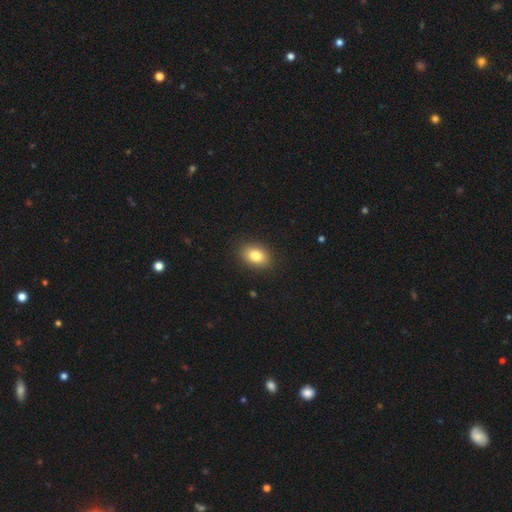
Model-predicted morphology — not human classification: smooth_or_featured: smooth (p=0.82) [alt: star or artifact p=0.09]
how_rounded: in between (p=0.80) [alt: round p=0.18]
merging: none (p=0.88) [alt: minor disturbance p=0.08]